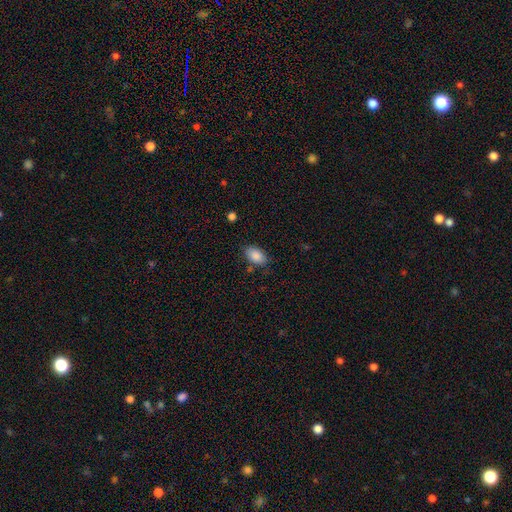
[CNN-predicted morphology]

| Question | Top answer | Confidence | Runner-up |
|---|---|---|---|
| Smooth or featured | smooth | 88% | star or artifact (7%) |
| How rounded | in between | 92% | round (6%) |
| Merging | none | 80% | minor disturbance (14%) |